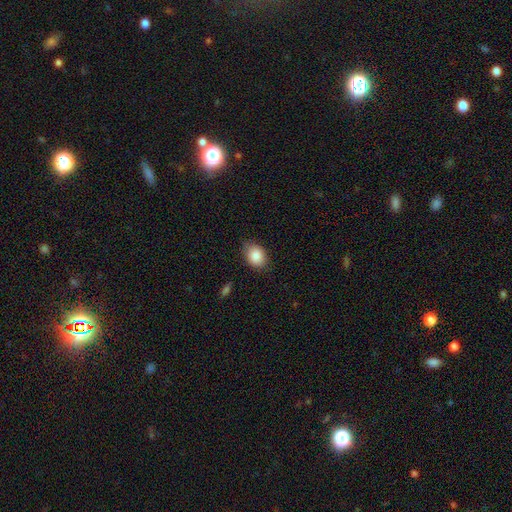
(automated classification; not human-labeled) This appears to be a smooth galaxy with no disk features (86%) that is in between round and cigar-shaped (70%). Merging: none (77%).